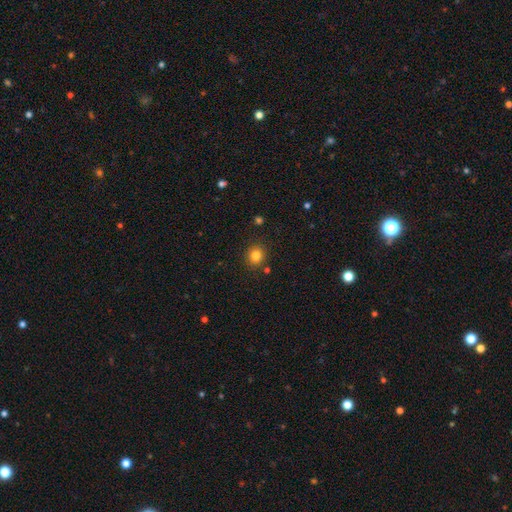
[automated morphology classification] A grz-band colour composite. It shows a smooth galaxy with no disk features (82%) that is round (81%). Merging: none (87%).